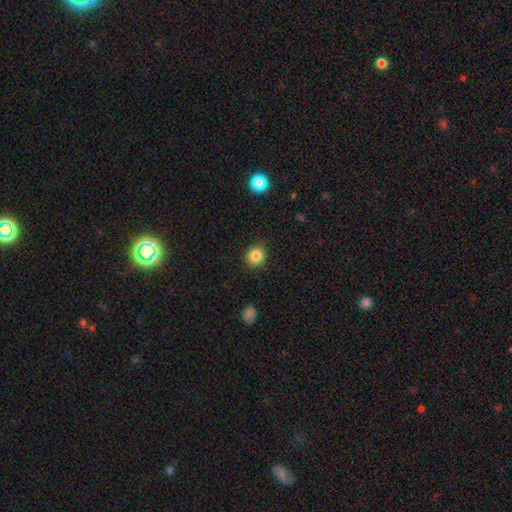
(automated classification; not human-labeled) This appears to be a smooth galaxy with no disk features (85%) that is round (80%). Merging: none (87%).